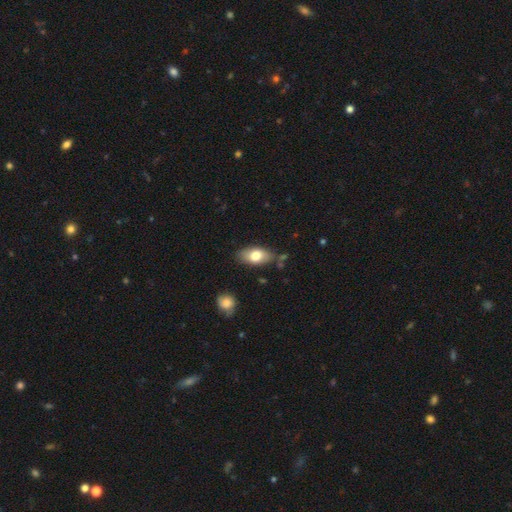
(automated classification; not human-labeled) Smooth or featured?
  - smooth: 75% *
  - featured or disk: 19%
  - star or artifact: 7%
How rounded?
  - in between: 91% *
  - round: 5%
  - cigar-shaped: 4%
Merging?
  - none: 78% *
  - minor disturbance: 16%
  - merger: 4%
  - major disturbance: 3%